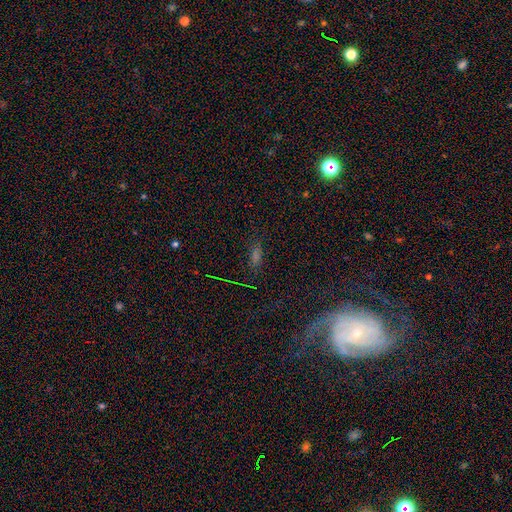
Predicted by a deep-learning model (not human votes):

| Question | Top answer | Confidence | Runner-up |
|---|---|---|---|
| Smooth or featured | smooth | 39% | star or artifact (31%) |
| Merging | none | 68% | minor disturbance (16%) |